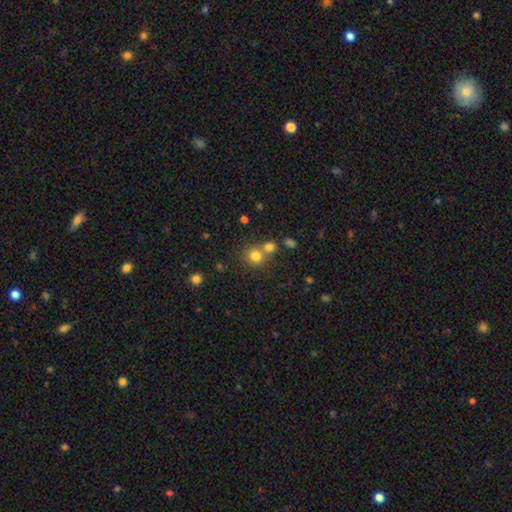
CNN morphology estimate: smooth 77%, star or artifact 14%, featured or disk 8%. Down the decision tree: how rounded — round (86%); merging — none (53%).